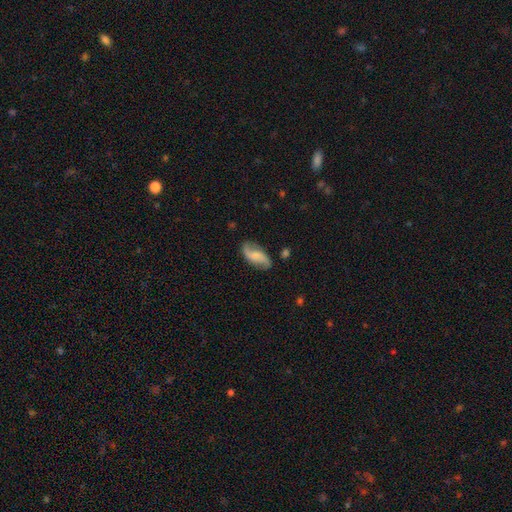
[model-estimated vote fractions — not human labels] smooth_or_featured: featured or disk (p=0.67) [alt: smooth p=0.26]
disk_edge_on: no (p=0.95) [alt: yes p=0.05]
bar: no (p=0.47) [alt: weak p=0.40]
has_spiral_arms: yes (p=0.95) [alt: no p=0.05]
spiral_winding: loose (p=0.70) [alt: medium p=0.23]
spiral_arm_count: 2 (p=0.90) [alt: can't tell p=0.03]
bulge_size: none (p=0.41) [alt: small p=0.27]
merging: none (p=0.76) [alt: minor disturbance p=0.17]